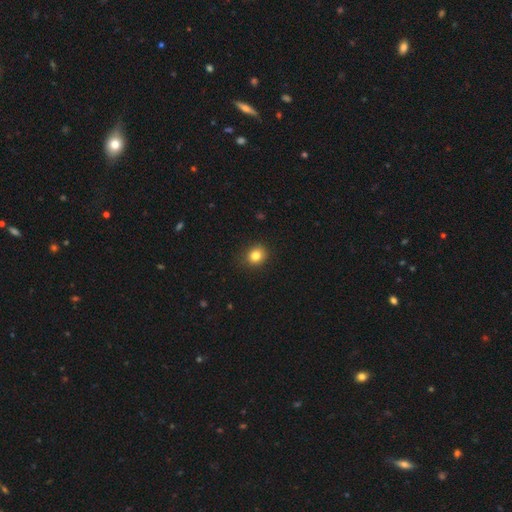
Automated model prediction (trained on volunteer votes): The model was most divided on "how rounded": round: 73%, in between: 26%, cigar-shaped: 1%. More confident: merging — none (87%); smooth or featured — smooth (83%).